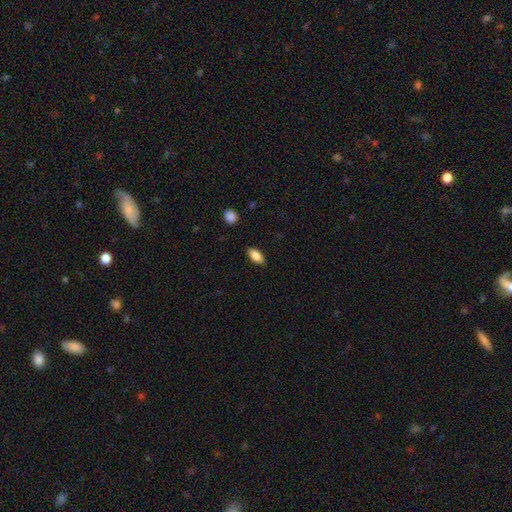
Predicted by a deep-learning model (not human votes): A smooth galaxy with no disk features (83%) that is in between round and cigar-shaped (86%).

Vote fractions:
- Smooth or featured? smooth: 83% / featured or disk: 10% / star or artifact: 7%
- How rounded? in between: 86% / cigar-shaped: 11% / round: 3%
- Merging? none: 88% / minor disturbance: 9% / major disturbance: 2% / merger: 1%